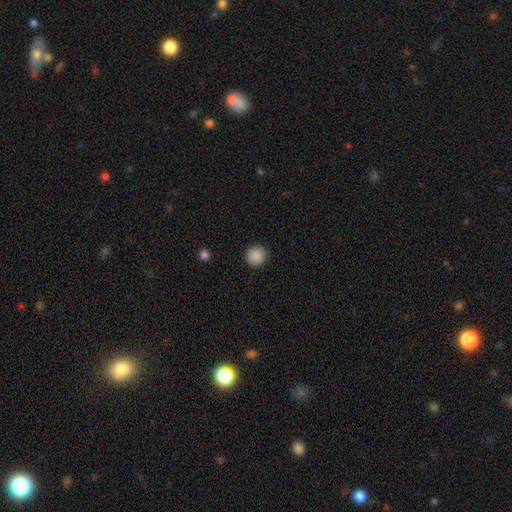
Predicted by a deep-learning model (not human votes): Overall: smooth (89%). How rounded: round (94%). Merging: none (91%).